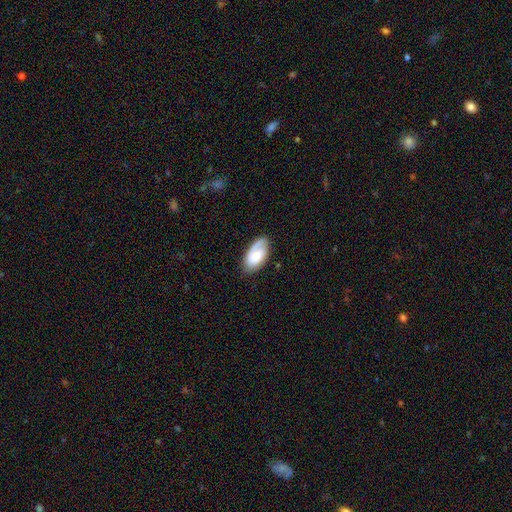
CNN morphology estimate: Smooth or featured? Predicted: featured or disk (p=0.49). Merging? Predicted: none (p=0.72).